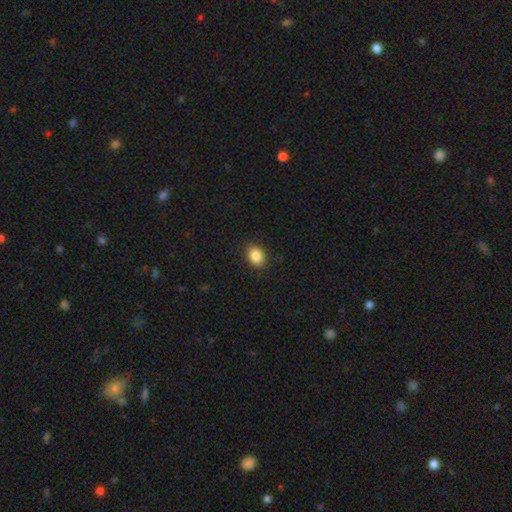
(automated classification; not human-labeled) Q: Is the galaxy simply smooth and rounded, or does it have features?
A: smooth — 87%.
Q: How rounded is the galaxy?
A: in between — 72%.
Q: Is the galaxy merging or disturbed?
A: none — 89%.